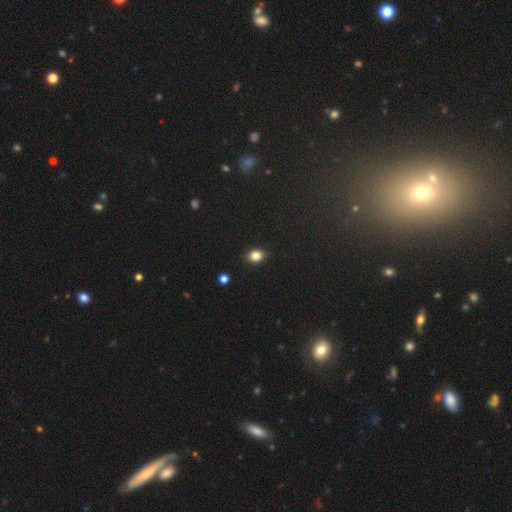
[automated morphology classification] A smooth galaxy with no disk features (83%) that is in between round and cigar-shaped (60%). Merging: none (86%).